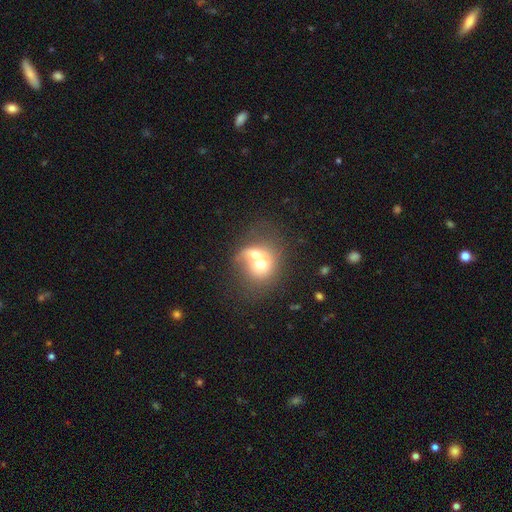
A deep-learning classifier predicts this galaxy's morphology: Smooth or featured: smooth — 60% (featured or disk — 30%)
How rounded: round — 66% (in between — 33%)
Merging: merger — 71% (none — 17%)